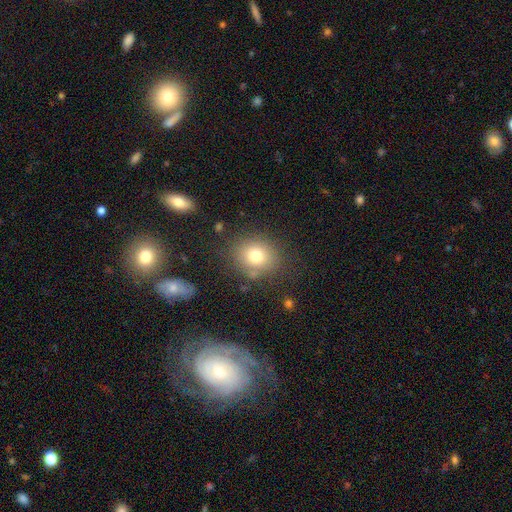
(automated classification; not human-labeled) The model was most divided on "how rounded": round: 68%, in between: 31%, cigar-shaped: 1%. More confident: merging — none (79%); smooth or featured — smooth (75%).